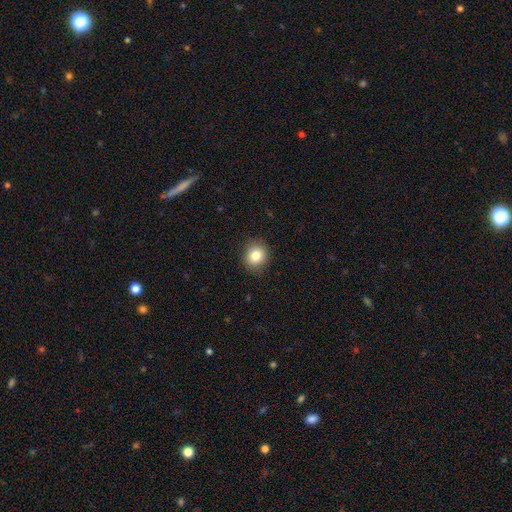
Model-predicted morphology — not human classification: A smooth galaxy with no disk features (83%) that is round (81%).

Vote fractions:
- Smooth or featured? smooth: 83% / star or artifact: 10% / featured or disk: 7%
- How rounded? round: 81% / in between: 18% / cigar-shaped: 1%
- Merging? none: 89% / minor disturbance: 8% / major disturbance: 2% / merger: 1%